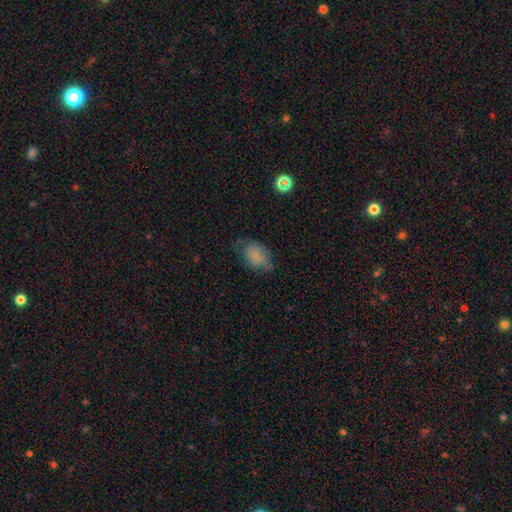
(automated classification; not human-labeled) A smooth galaxy with no disk features (80%) that is in between round and cigar-shaped (80%). Merging: none (60%).